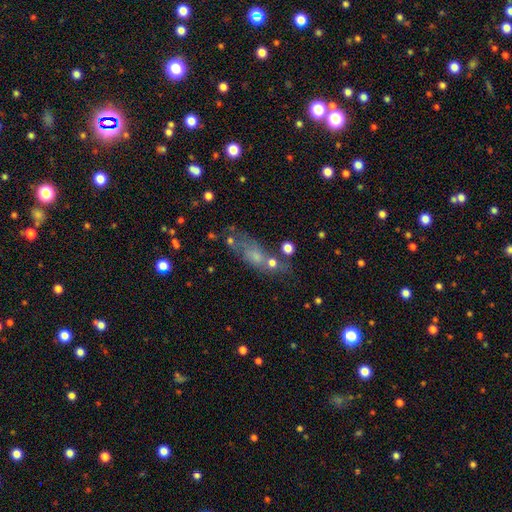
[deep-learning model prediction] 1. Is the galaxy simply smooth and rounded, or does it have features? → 48% smooth, 33% featured or disk, 19% star or artifact.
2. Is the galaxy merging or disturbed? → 50% none, 21% minor disturbance, 15% major disturbance, 14% merger.